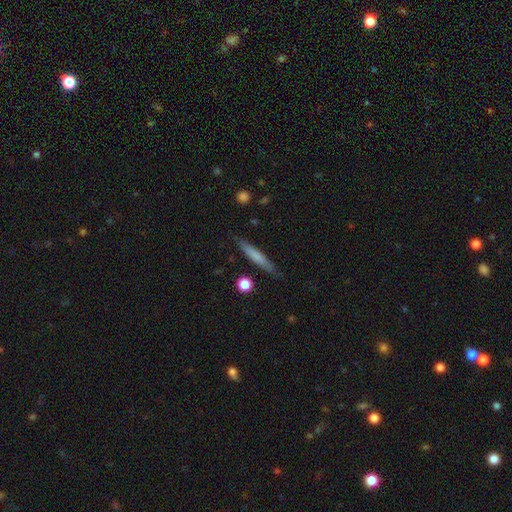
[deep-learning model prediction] Smooth or featured: smooth — 65% (featured or disk — 29%)
How rounded: cigar-shaped — 94% (in between — 5%)
Merging: none — 86% (minor disturbance — 10%)